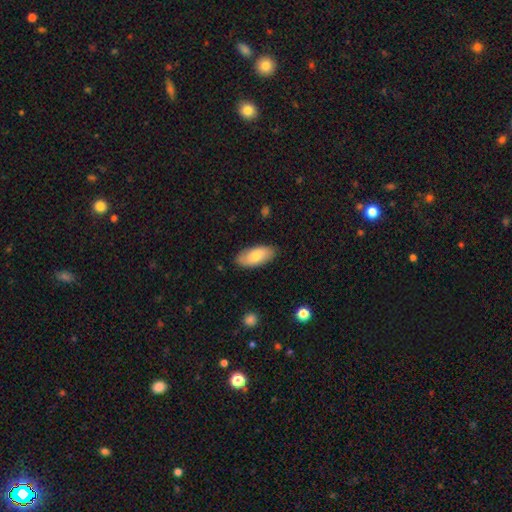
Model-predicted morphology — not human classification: smooth 78%, featured or disk 16%, star or artifact 6%. Down the decision tree: how rounded — in between (91%); merging — none (86%).